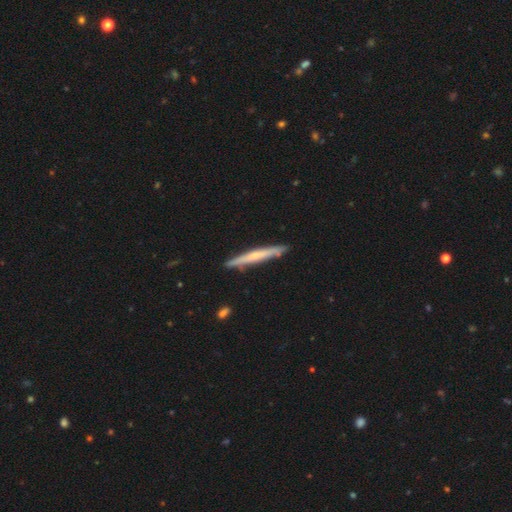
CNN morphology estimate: Smooth or featured? Predicted: featured or disk (p=0.51). Edge-on disk? Predicted: yes (p=0.95). Merging? Predicted: none (p=0.88).